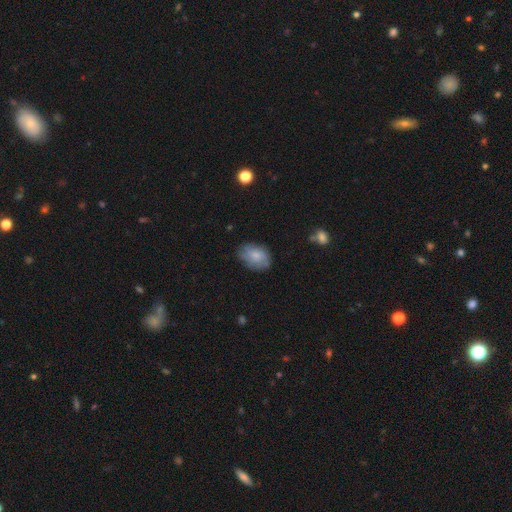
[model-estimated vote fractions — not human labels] Q: Smooth or featured?
A: smooth (77%); runner-up: featured or disk (16%)
Q: How rounded?
A: in between (81%); runner-up: round (17%)
Q: Merging?
A: none (70%); runner-up: minor disturbance (23%)